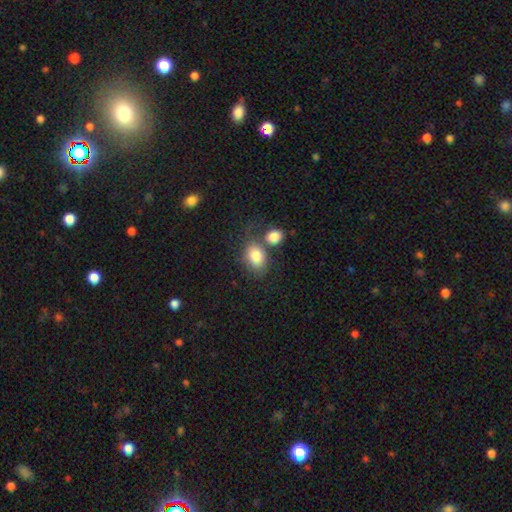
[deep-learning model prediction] Morphology: type=smooth (81%); roundness=in between (68%); merging=none (48%).